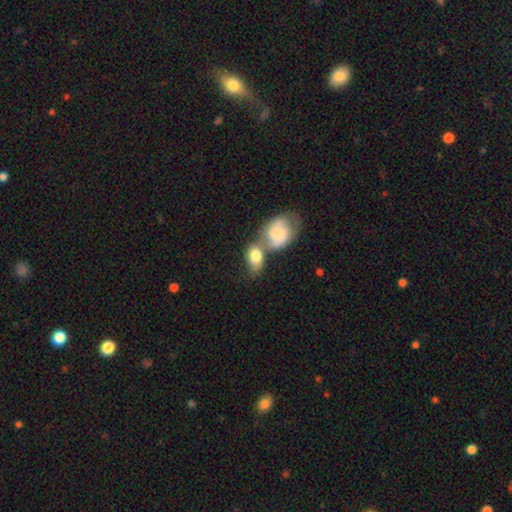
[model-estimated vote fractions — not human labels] Morphology: type=smooth (75%); roundness=in between (82%); merging=merger (60%).